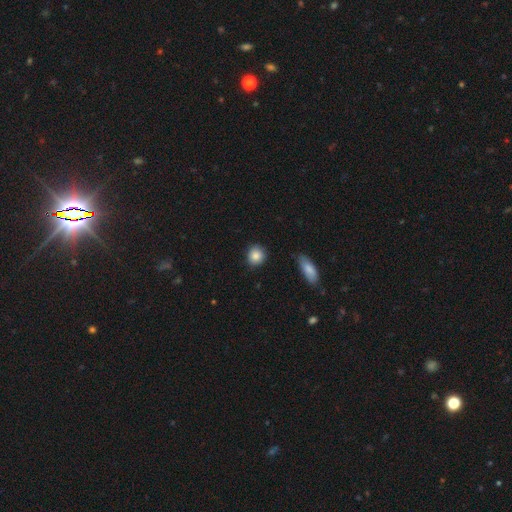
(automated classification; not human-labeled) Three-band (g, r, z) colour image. It shows a smooth galaxy with no disk features (87%) that is round (86%). Merging: none (88%).